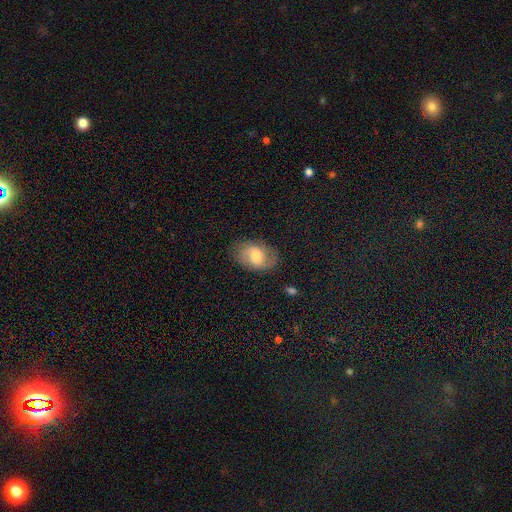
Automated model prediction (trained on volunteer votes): smooth-or-featured: featured or disk: 46% (tied) | smooth: 46% (tied) | star or artifact: 8%
  merging: none: 75% | minor disturbance: 17% | major disturbance: 6% | merger: 1%